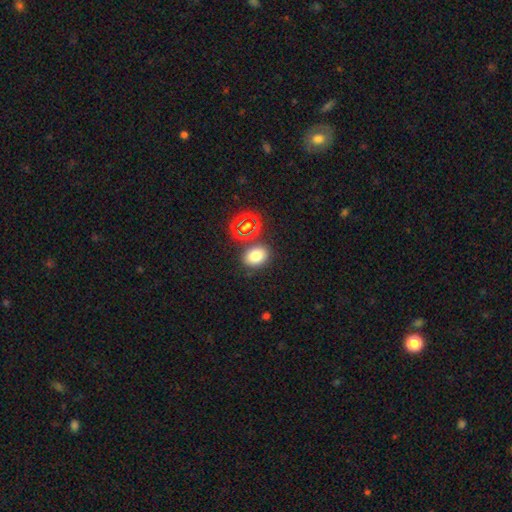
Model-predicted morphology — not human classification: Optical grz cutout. It shows a smooth galaxy with no disk features (73%) that is in between round and cigar-shaped (56%). Merging: none (78%).